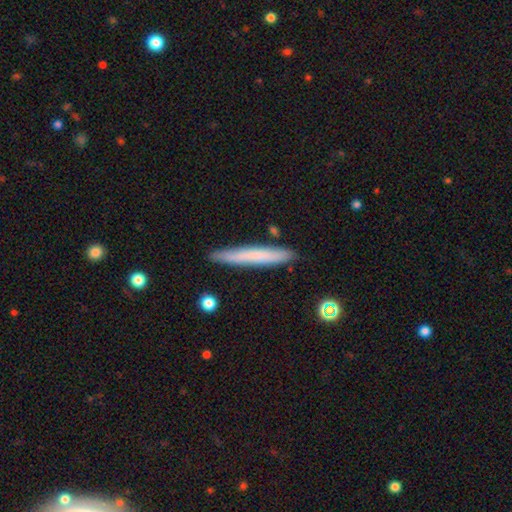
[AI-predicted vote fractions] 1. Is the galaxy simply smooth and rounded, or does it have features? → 65% smooth, 28% featured or disk, 7% star or artifact.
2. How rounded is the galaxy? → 96% cigar-shaped, 3% in between, 1% round.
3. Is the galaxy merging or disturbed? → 87% none, 9% minor disturbance, 2% merger, 2% major disturbance.